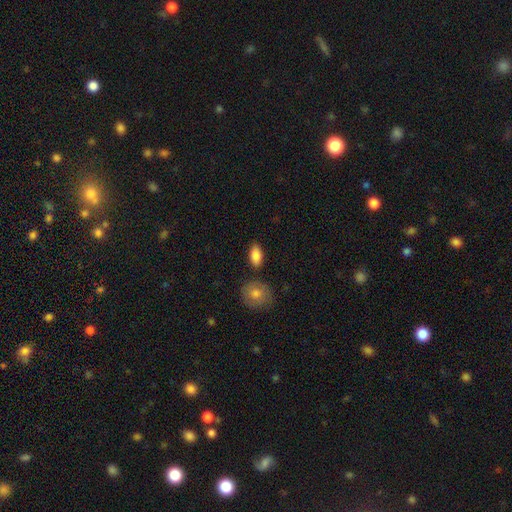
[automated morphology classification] Smooth or featured: smooth — 87% (featured or disk — 7%)
How rounded: in between — 90% (round — 6%)
Merging: none — 82% (minor disturbance — 11%)